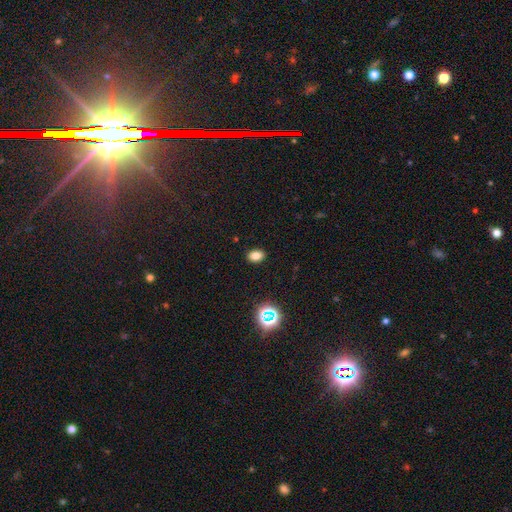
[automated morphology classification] Smooth or featured?
  - smooth: 79% *
  - star or artifact: 15%
  - featured or disk: 6%
How rounded?
  - in between: 80% *
  - round: 19%
  - cigar-shaped: 1%
Merging?
  - none: 89% *
  - minor disturbance: 8%
  - major disturbance: 2%
  - merger: 1%